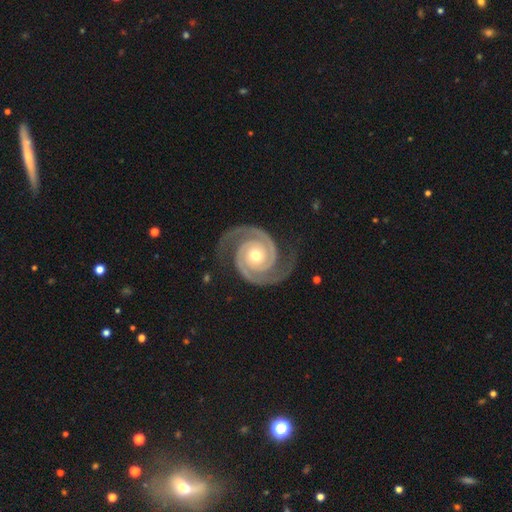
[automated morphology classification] Smooth or featured?
  - featured or disk: 95% *
  - star or artifact: 3%
  - smooth: 2%
Edge-on disk?
  - no: 98% *
  - yes: 2%
Bar?
  - no: 75% *
  - weak: 16%
  - strong: 8%
Spiral arms?
  - yes: 99% *
  - no: 1%
Spiral winding?
  - tight: 65% *
  - medium: 30%
  - loose: 4%
Spiral arm count?
  - 2: 94% *
  - 3: 2%
  - can't tell: 1%
  - 1: 1%
  - 4: 1%
  - more than 4: 1%
Bulge size?
  - moderate: 72% *
  - small: 23%
  - large: 3%
  - none: 1%
  - dominant: 1%
Merging?
  - none: 84% *
  - minor disturbance: 11%
  - major disturbance: 4%
  - merger: 1%